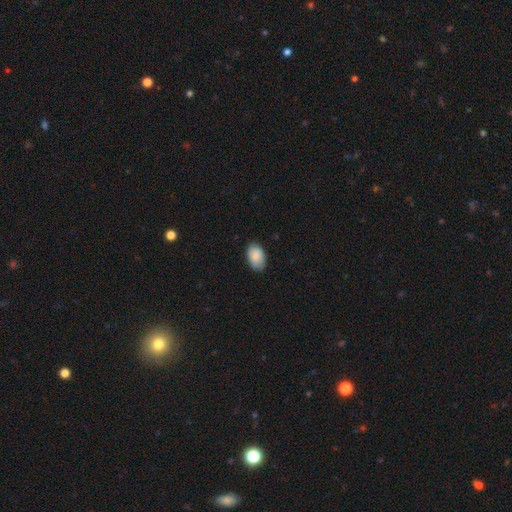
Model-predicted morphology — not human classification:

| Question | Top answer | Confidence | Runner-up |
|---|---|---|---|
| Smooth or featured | smooth | 87% | star or artifact (6%) |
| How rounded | in between | 90% | round (9%) |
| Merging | none | 78% | minor disturbance (18%) |